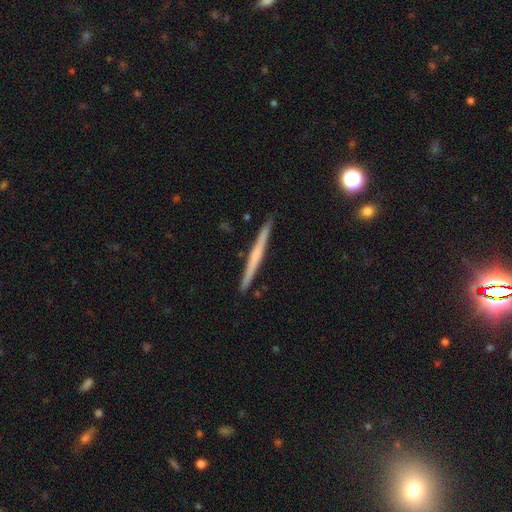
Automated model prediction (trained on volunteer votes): smooth_or_featured: featured or disk (p=0.55) [alt: smooth p=0.39]
disk_edge_on: yes (p=0.98) [alt: no p=0.02]
edge_on_bulge: none (p=0.75) [alt: rounded p=0.19]
merging: none (p=0.92) [alt: minor disturbance p=0.06]